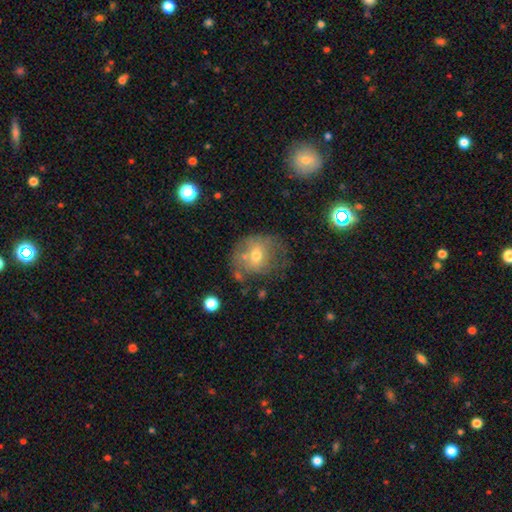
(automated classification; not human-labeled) smooth_or_featured: smooth (p=0.46) [alt: featured or disk p=0.39]
merging: none (p=0.54) [alt: minor disturbance p=0.22]